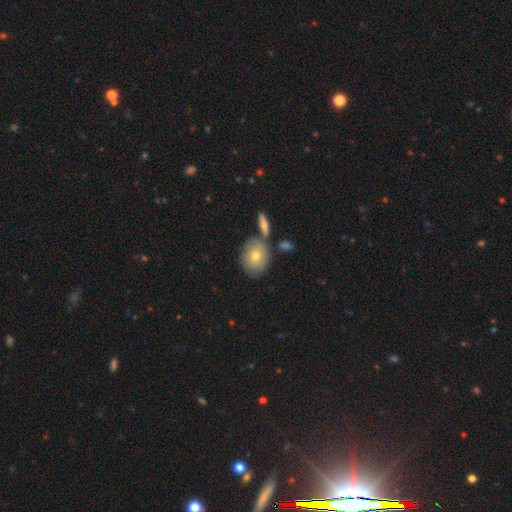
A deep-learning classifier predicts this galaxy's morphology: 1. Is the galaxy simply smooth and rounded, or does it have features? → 68% smooth, 23% featured or disk, 9% star or artifact.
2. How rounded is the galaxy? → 64% round, 35% in between, 2% cigar-shaped.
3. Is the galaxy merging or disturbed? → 68% none, 15% merger, 13% minor disturbance, 3% major disturbance.